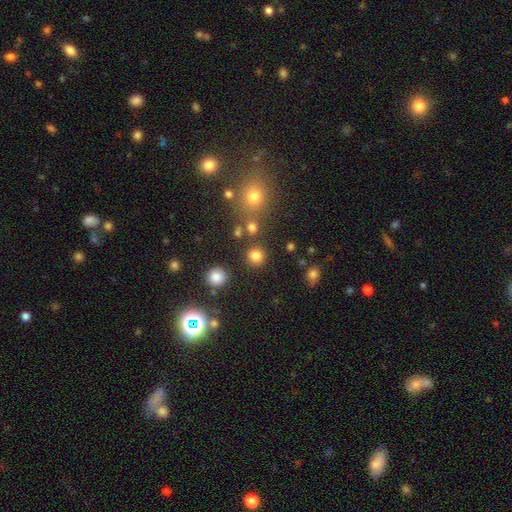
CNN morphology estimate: This appears to be a smooth galaxy with no disk features (80%) that is round (93%). Merging: none (86%).